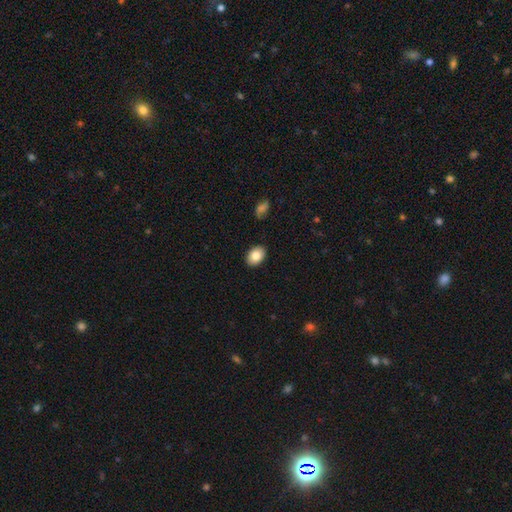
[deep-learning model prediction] Smooth or featured? Predicted: smooth (p=0.85). How rounded? Predicted: in between (p=0.81). Merging? Predicted: none (p=0.89).